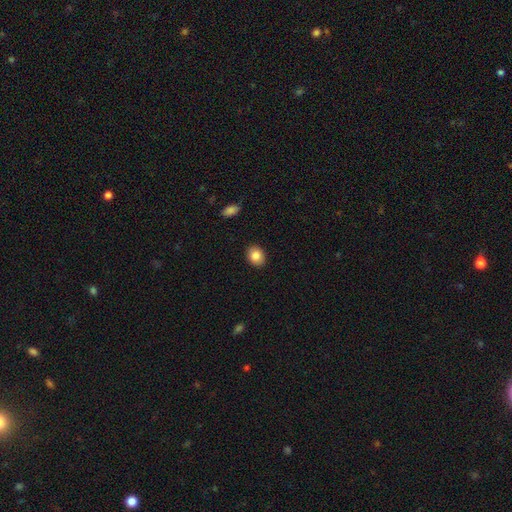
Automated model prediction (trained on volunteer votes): The model was most divided on "how rounded": in between: 52%, round: 47%, cigar-shaped: 1%. More confident: merging — none (90%); smooth or featured — smooth (85%).